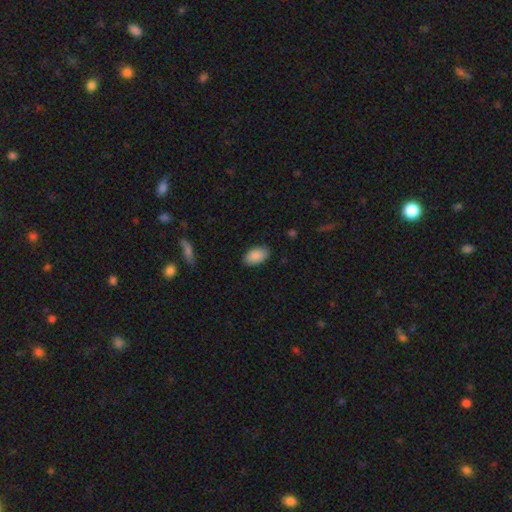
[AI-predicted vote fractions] Smooth or featured: smooth — 88% (star or artifact — 7%)
How rounded: in between — 94% (round — 4%)
Merging: none — 87% (minor disturbance — 9%)